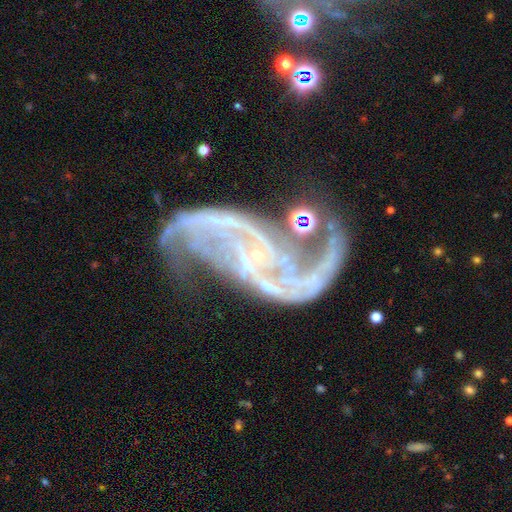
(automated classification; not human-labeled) Overall: featured or disk (90%). Edge-on disk: no (97%). Bar: no (42%; weak 33%). Spiral arms: yes (95%). Spiral arm count: 2 (71%). Spiral winding: loose (49%; medium 37%). Bulge size: small (64%; none 25%). Merging: none (30%; major disturbance 28%).